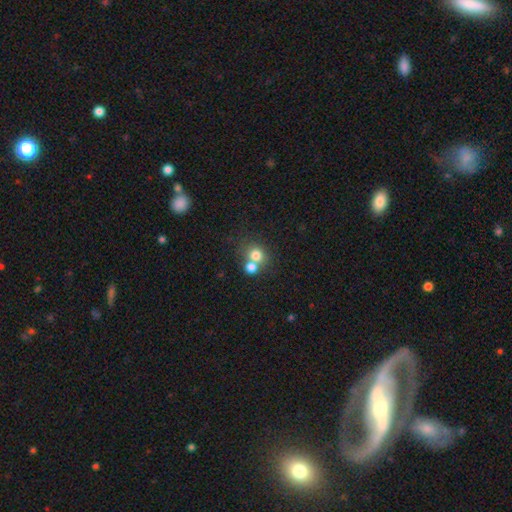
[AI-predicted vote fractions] smooth 76%, star or artifact 13%, featured or disk 12%. Down the decision tree: how rounded — round (79%); merging — merger (49%).